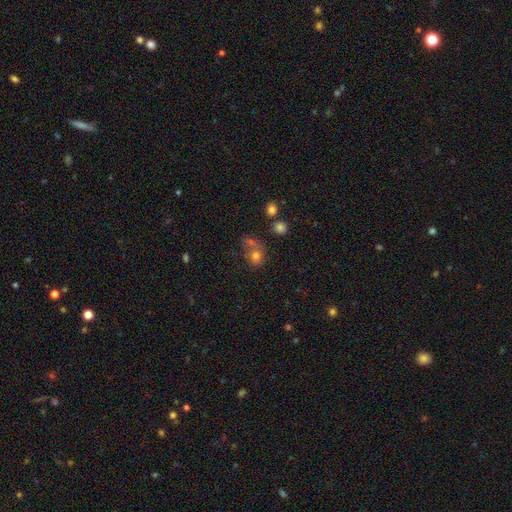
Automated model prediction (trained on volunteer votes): Smooth or featured?
  - smooth: 73% *
  - star or artifact: 15%
  - featured or disk: 13%
How rounded?
  - round: 57% *
  - in between: 41%
  - cigar-shaped: 1%
Merging?
  - none: 39% *
  - merger: 34%
  - minor disturbance: 15%
  - major disturbance: 12%